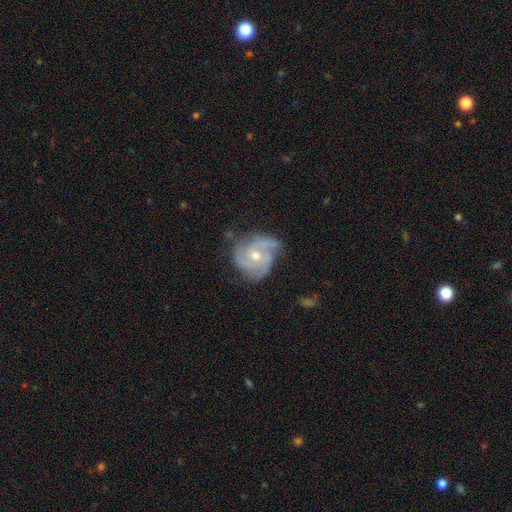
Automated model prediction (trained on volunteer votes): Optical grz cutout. It shows a featured or disk galaxy (83%) with no bar (74%), 3 (54%) tight (47%) spiral arms (94%) and a moderate central bulge (57%). Merging: none (57%).